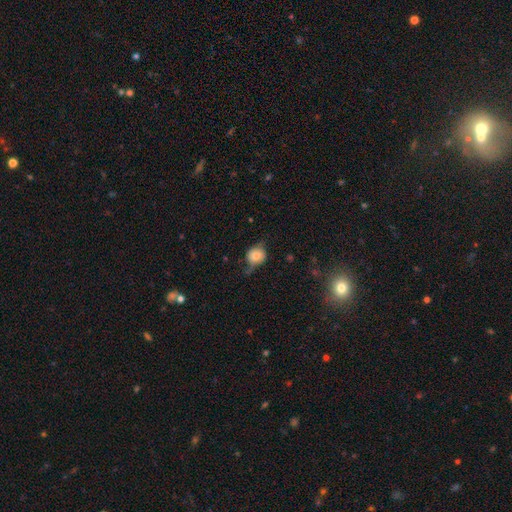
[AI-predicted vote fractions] Smooth or featured?
  - smooth: 60% *
  - featured or disk: 30%
  - star or artifact: 10%
How rounded?
  - round: 69% *
  - in between: 29%
  - cigar-shaped: 1%
Merging?
  - none: 47% *
  - minor disturbance: 33%
  - major disturbance: 17%
  - merger: 2%